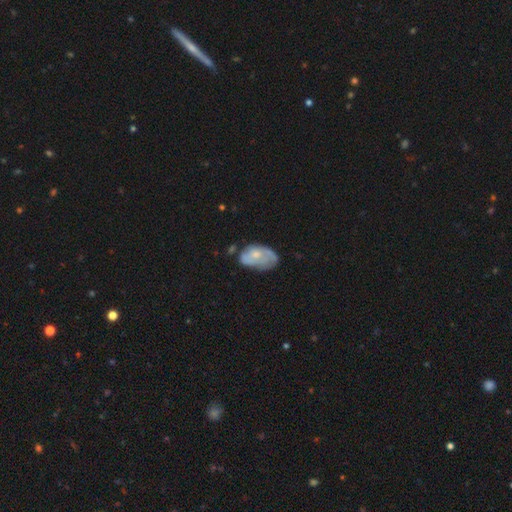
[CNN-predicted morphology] smooth-or-featured: featured or disk: 48% | smooth: 45% | star or artifact: 7%
  merging: none: 42% | minor disturbance: 35% | major disturbance: 17% | merger: 5%